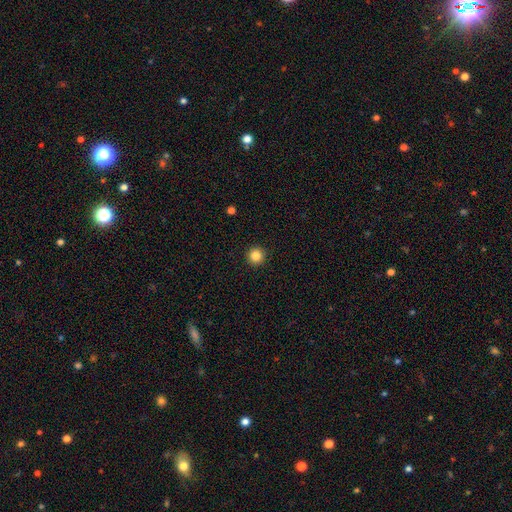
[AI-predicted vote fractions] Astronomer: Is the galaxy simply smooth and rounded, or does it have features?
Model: smooth — 85%.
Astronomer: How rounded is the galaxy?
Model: round — 96%.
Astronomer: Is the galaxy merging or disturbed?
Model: none — 94%.